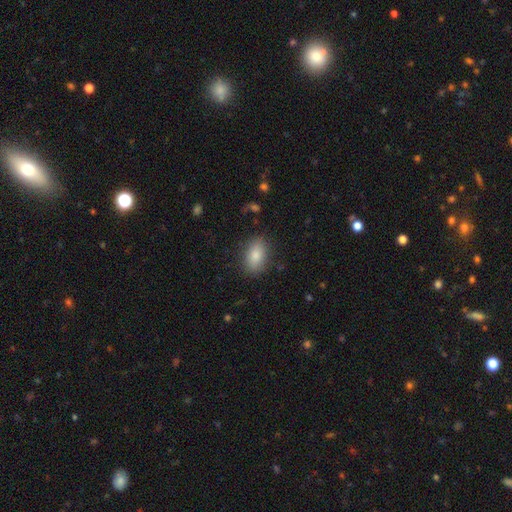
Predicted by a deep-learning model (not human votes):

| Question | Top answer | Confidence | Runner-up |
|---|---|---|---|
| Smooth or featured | smooth | 84% | featured or disk (9%) |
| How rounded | in between | 88% | round (9%) |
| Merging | none | 83% | minor disturbance (12%) |